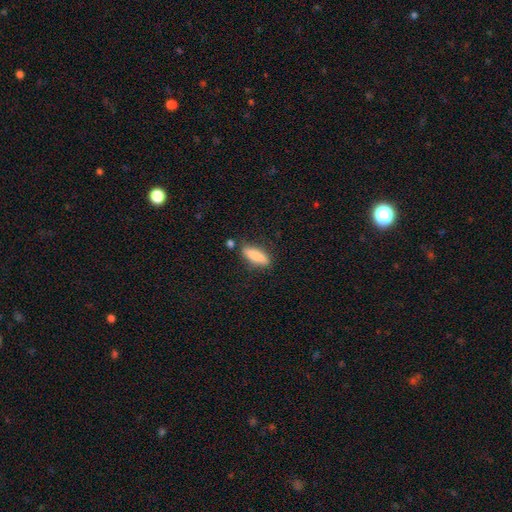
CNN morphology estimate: Q: Smooth or featured?
A: smooth (83%); runner-up: featured or disk (11%)
Q: How rounded?
A: in between (50%); runner-up: cigar-shaped (48%)
Q: Merging?
A: none (75%); runner-up: minor disturbance (16%)